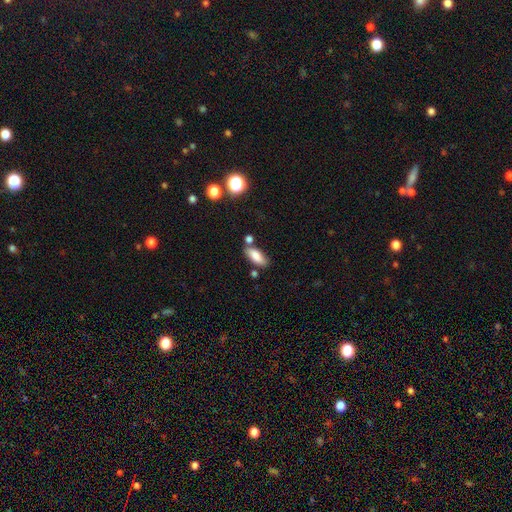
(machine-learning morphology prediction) This is clearly a smooth galaxy (80%). How rounded: likely in between (80%). Merging: likely none (69%).